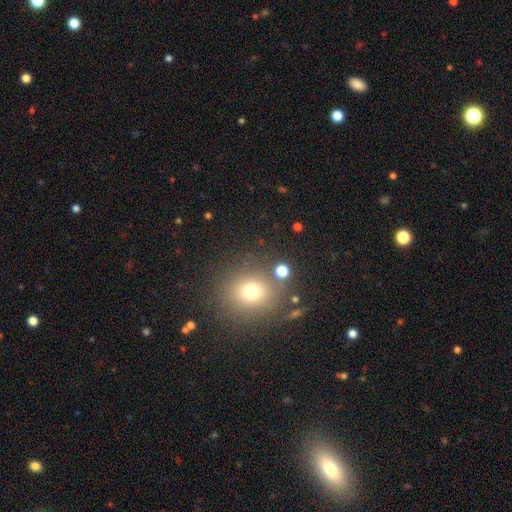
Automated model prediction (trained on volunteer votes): Q: Smooth or featured?
A: smooth (55%); runner-up: star or artifact (35%)
Q: How rounded?
A: round (82%); runner-up: in between (17%)
Q: Merging?
A: none (80%); runner-up: minor disturbance (8%)